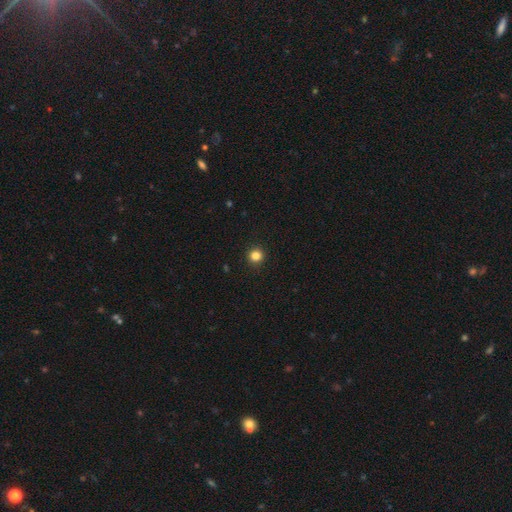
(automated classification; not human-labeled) This is clearly a smooth galaxy (83%). How rounded: clearly round (95%). Merging: clearly none (93%).